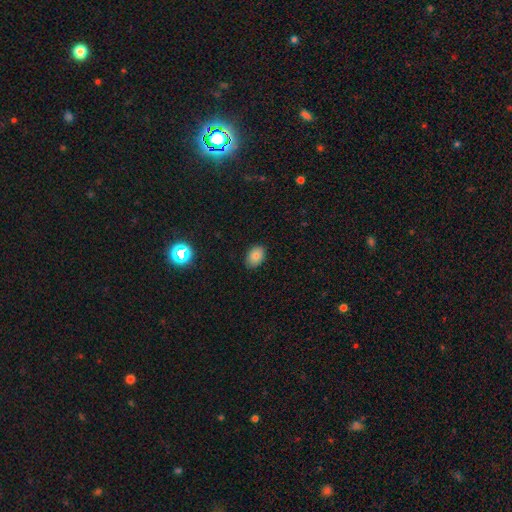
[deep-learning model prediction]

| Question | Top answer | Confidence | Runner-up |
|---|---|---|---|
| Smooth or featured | smooth | 81% | star or artifact (11%) |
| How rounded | in between | 82% | round (17%) |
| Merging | none | 88% | minor disturbance (9%) |